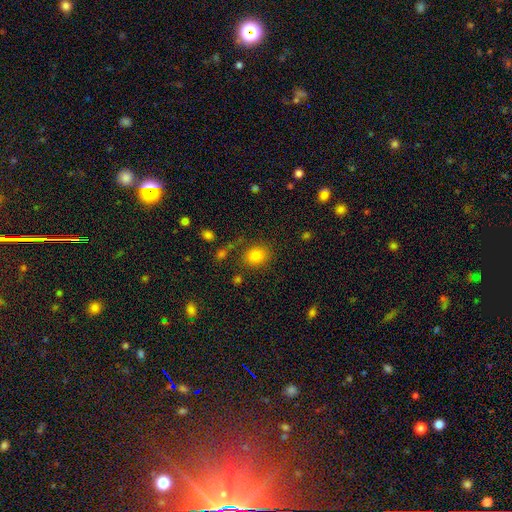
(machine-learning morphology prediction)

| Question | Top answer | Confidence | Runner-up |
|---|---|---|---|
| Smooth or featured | smooth | 82% | star or artifact (12%) |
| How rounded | round | 62% | in between (37%) |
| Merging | none | 76% | minor disturbance (12%) |